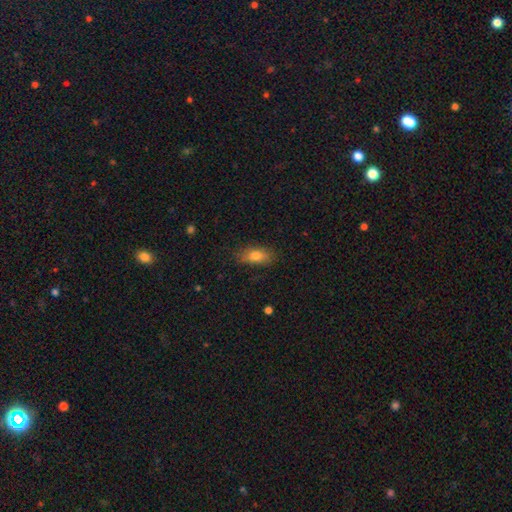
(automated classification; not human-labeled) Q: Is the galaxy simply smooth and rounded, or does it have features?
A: smooth — 79%.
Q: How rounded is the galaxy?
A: in between — 83%.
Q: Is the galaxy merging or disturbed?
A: none — 80%.